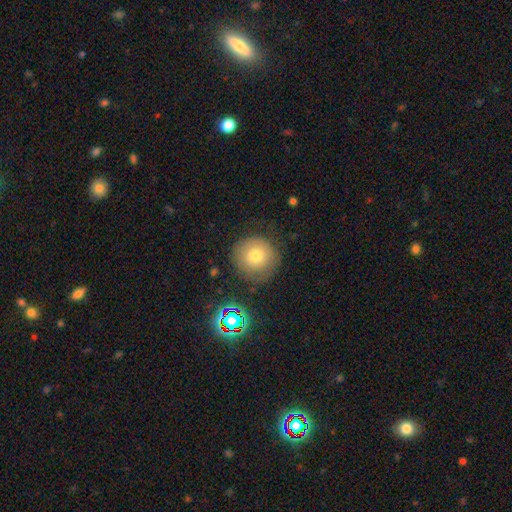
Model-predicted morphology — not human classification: Q: Smooth or featured?
A: smooth (74%); runner-up: featured or disk (14%)
Q: How rounded?
A: round (95%); runner-up: in between (4%)
Q: Merging?
A: none (81%); runner-up: minor disturbance (13%)